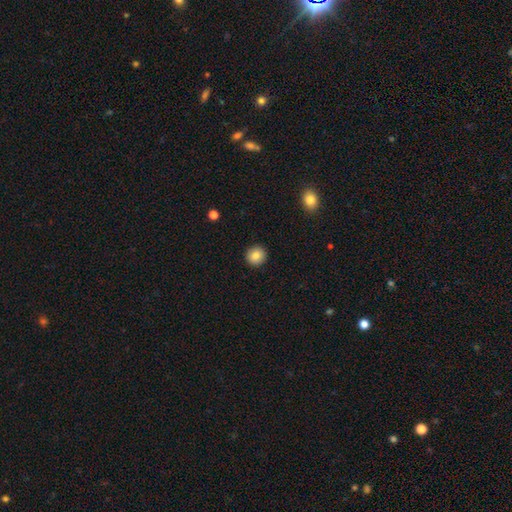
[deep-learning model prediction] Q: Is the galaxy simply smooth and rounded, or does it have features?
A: smooth — 82%.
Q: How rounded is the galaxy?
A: round — 94%.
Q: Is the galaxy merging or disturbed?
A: none — 93%.